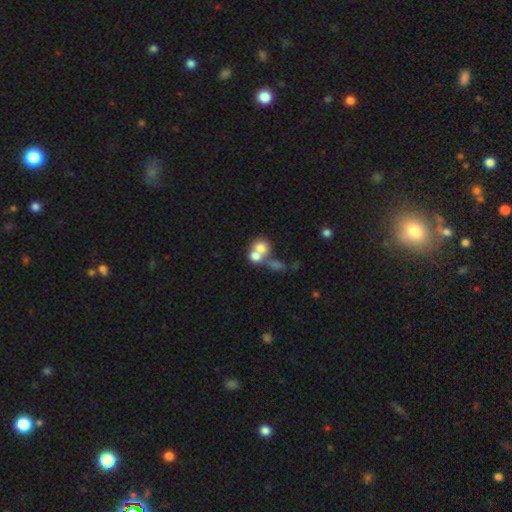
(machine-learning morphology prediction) smooth-or-featured: smooth: 67% | featured or disk: 22% | star or artifact: 11%
  how-rounded: round: 68% | in between: 30% | cigar-shaped: 2%
  merging: merger: 67% | none: 22% | minor disturbance: 6% | major disturbance: 5%